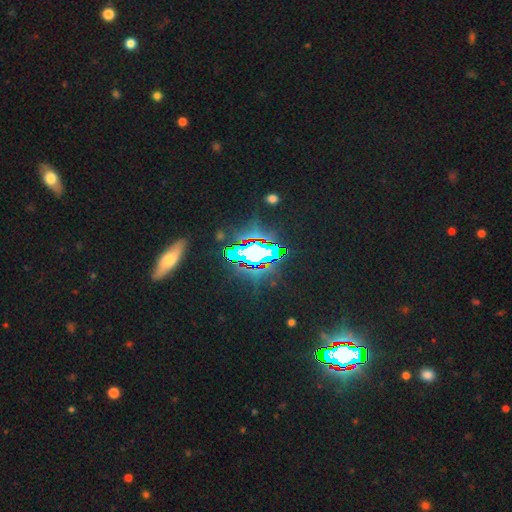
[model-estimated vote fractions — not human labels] Smooth or featured: star or artifact — 70% (smooth — 16%)